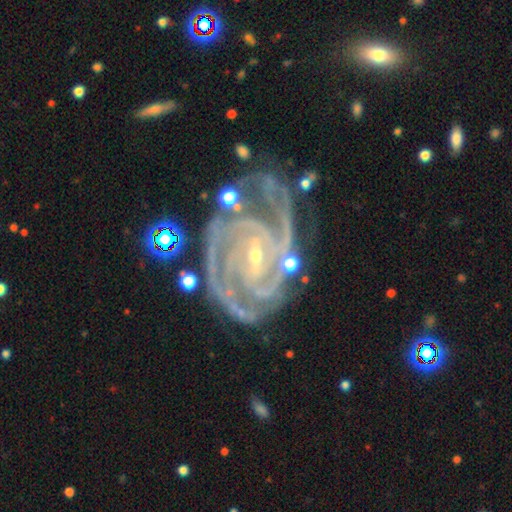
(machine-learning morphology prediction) Smooth or featured? Predicted: featured or disk (p=0.93). Edge-on disk? Predicted: no (p=0.98). Bar? Predicted: weak (p=0.38). Spiral arms? Predicted: yes (p=0.99). Spiral winding? Predicted: tight (p=0.74). Spiral arm count? Predicted: 3 (p=0.27). Bulge size? Predicted: small (p=0.84). Merging? Predicted: none (p=0.61).